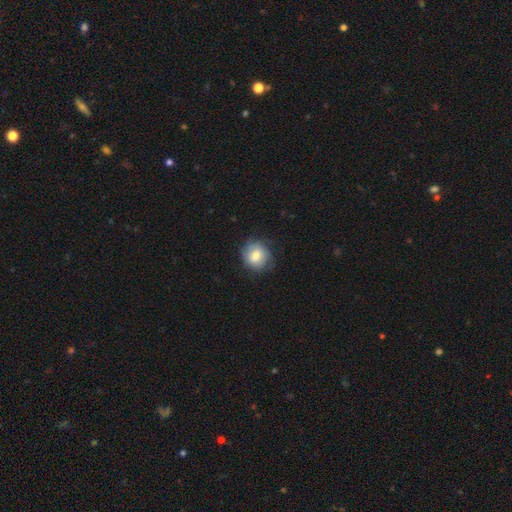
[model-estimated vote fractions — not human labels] smooth-or-featured: smooth: 76% | featured or disk: 16% | star or artifact: 8%
  how-rounded: round: 83% | in between: 17% | cigar-shaped: 1%
  merging: none: 72% | minor disturbance: 21% | major disturbance: 6% | merger: 1%